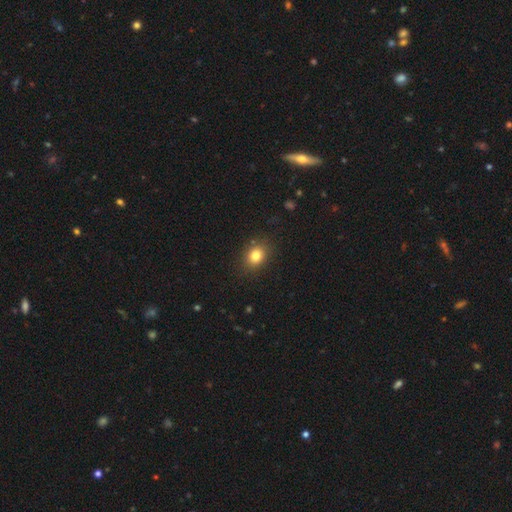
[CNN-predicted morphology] A smooth galaxy with no disk features (81%) that is round (52%).

Vote fractions:
- Smooth or featured? smooth: 81% / star or artifact: 12% / featured or disk: 8%
- How rounded? round: 52% / in between: 47% / cigar-shaped: 1%
- Merging? none: 85% / minor disturbance: 10% / major disturbance: 3% / merger: 1%